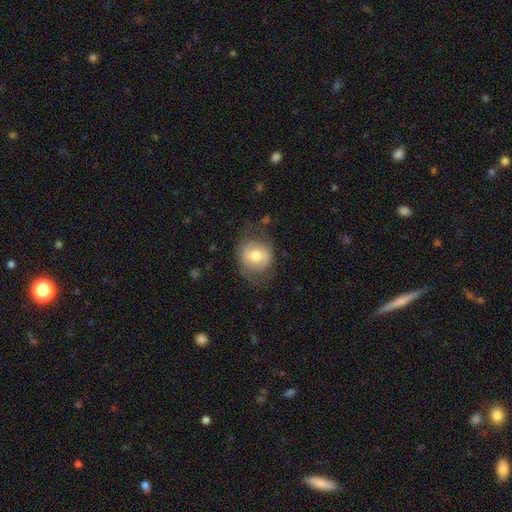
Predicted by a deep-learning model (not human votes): Q: Smooth or featured?
A: smooth (63%); runner-up: featured or disk (29%)
Q: How rounded?
A: round (72%); runner-up: in between (27%)
Q: Merging?
A: none (66%); runner-up: minor disturbance (21%)